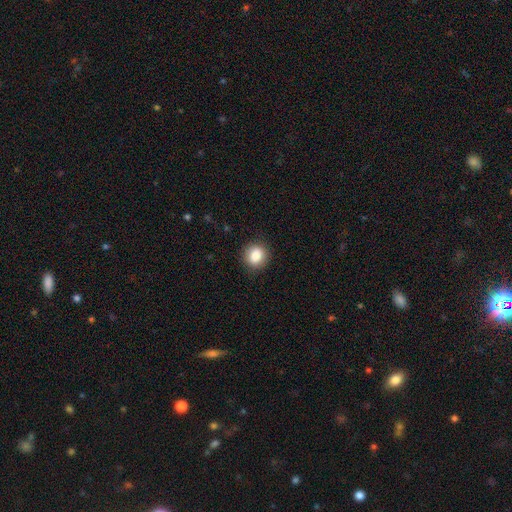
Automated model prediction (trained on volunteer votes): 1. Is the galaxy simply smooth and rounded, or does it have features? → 84% smooth, 9% star or artifact, 7% featured or disk.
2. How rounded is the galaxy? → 83% round, 16% in between, 1% cigar-shaped.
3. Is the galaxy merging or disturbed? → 89% none, 8% minor disturbance, 2% major disturbance, 1% merger.